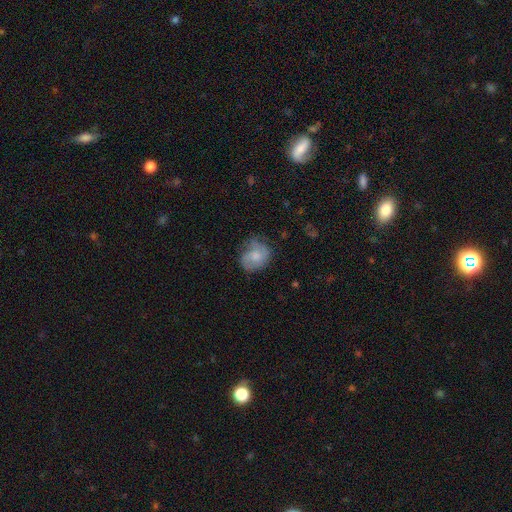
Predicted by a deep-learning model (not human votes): Smooth or featured? Predicted: smooth (p=0.60). How rounded? Predicted: round (p=0.55). Merging? Predicted: none (p=0.52).